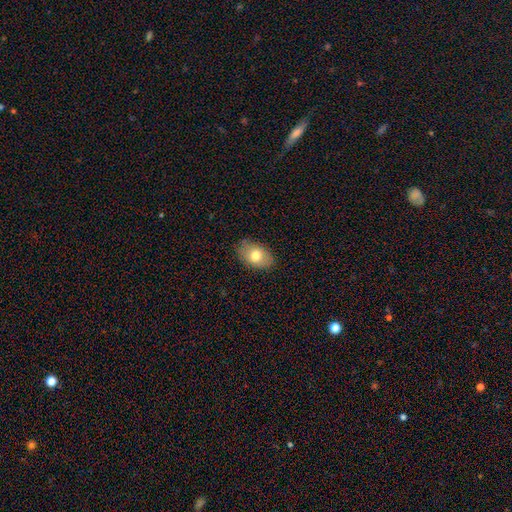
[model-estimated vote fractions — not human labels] A smooth galaxy with no disk features (75%) that is in between round and cigar-shaped (87%). Merging: none (83%).